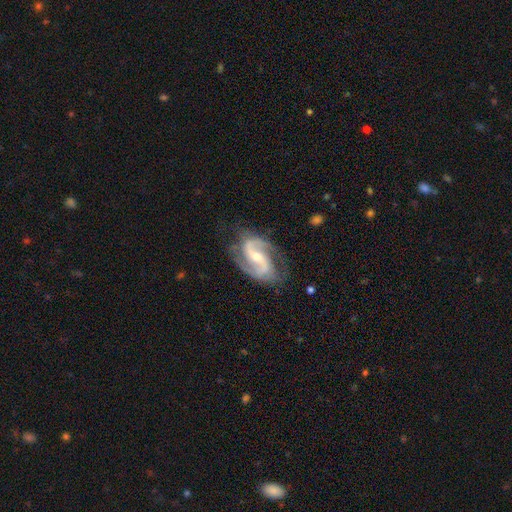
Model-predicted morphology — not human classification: A featured or disk galaxy (92%) with a weak bar (41%), 2 (92%) medium (54%) spiral arms (98%) and a small central bulge (54%). Merging: none (76%).